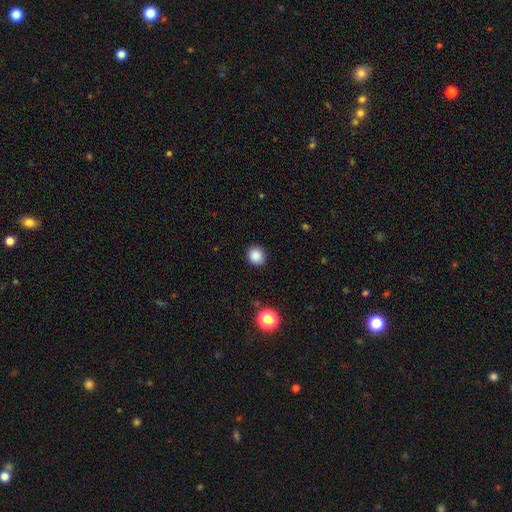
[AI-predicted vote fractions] A smooth galaxy with no disk features (87%) that is round (78%).

Vote fractions:
- Smooth or featured? smooth: 87% / star or artifact: 10% / featured or disk: 3%
- How rounded? round: 78% / in between: 21% / cigar-shaped: 1%
- Merging? none: 89% / minor disturbance: 7% / major disturbance: 2% / merger: 1%